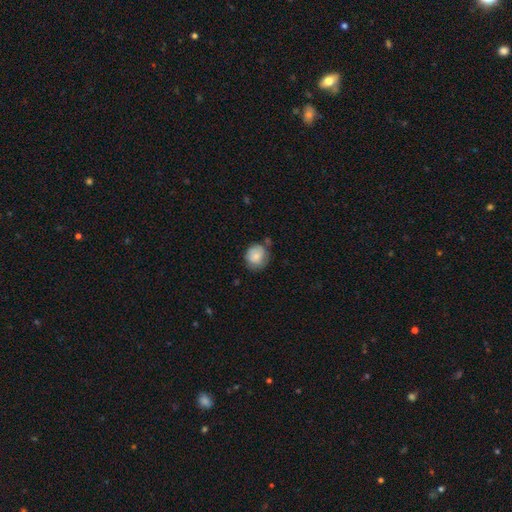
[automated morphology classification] Smooth or featured?
  - smooth: 78% *
  - featured or disk: 14%
  - star or artifact: 8%
How rounded?
  - round: 74% *
  - in between: 25%
  - cigar-shaped: 1%
Merging?
  - none: 60% *
  - minor disturbance: 27%
  - major disturbance: 7%
  - merger: 5%